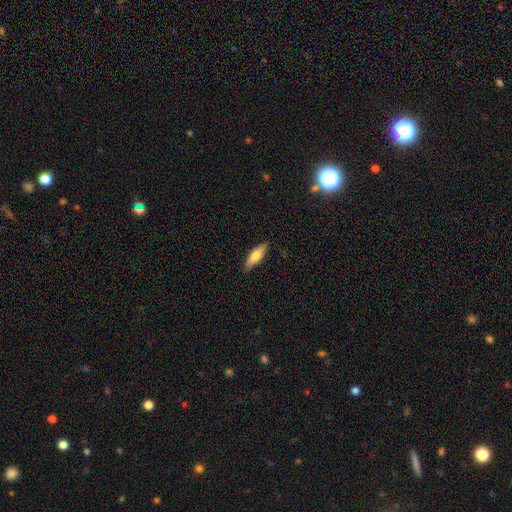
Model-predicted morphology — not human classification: Q: Smooth or featured?
A: smooth (69%); runner-up: featured or disk (25%)
Q: How rounded?
A: in between (50%); runner-up: cigar-shaped (48%)
Q: Merging?
A: none (86%); runner-up: minor disturbance (10%)